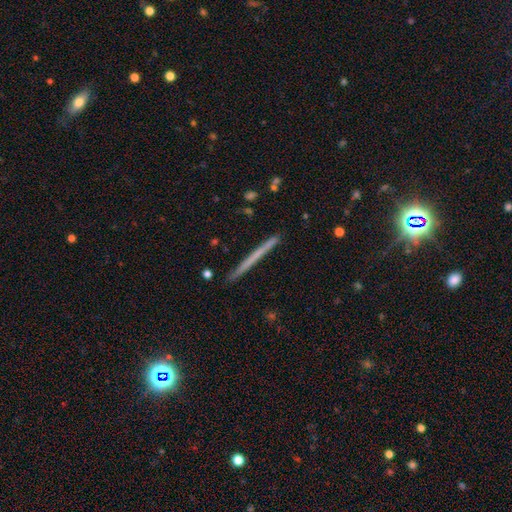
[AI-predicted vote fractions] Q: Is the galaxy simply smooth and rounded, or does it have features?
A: smooth — 48%.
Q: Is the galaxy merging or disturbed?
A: none — 91%.